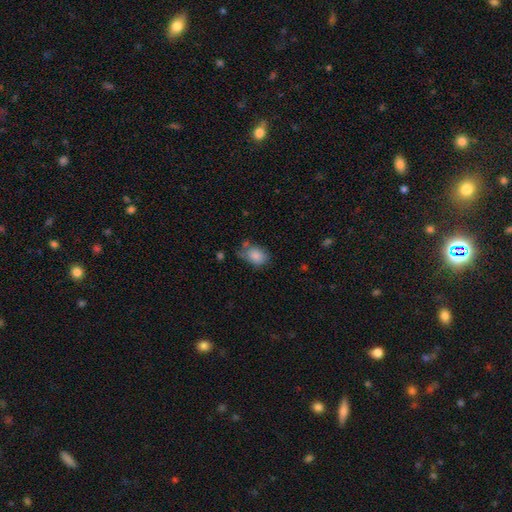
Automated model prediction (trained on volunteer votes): Smooth or featured?
  - smooth: 83% *
  - featured or disk: 9%
  - star or artifact: 8%
How rounded?
  - in between: 75% *
  - round: 23%
  - cigar-shaped: 1%
Merging?
  - none: 52% *
  - minor disturbance: 32%
  - major disturbance: 9%
  - merger: 7%